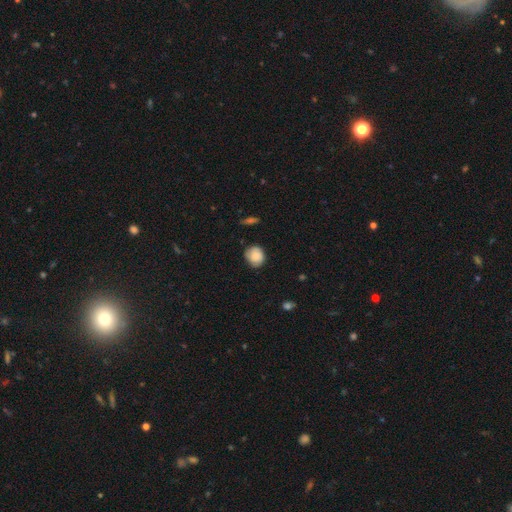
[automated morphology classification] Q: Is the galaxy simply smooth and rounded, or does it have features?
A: smooth — 79%.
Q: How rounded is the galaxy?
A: round — 78%.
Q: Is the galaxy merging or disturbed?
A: none — 72%.